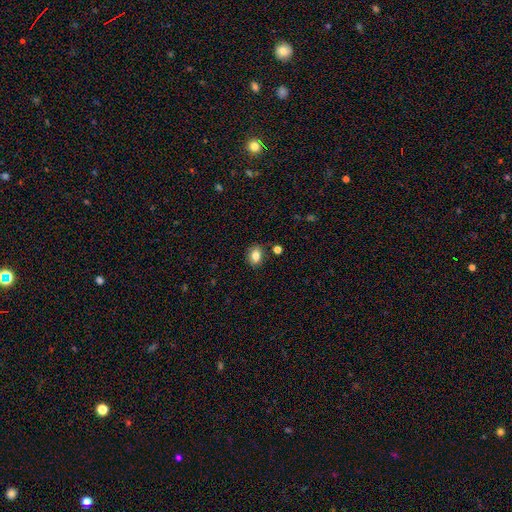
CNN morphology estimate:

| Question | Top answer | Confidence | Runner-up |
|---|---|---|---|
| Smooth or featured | smooth | 82% | star or artifact (10%) |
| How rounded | in between | 63% | round (36%) |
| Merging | none | 84% | minor disturbance (11%) |